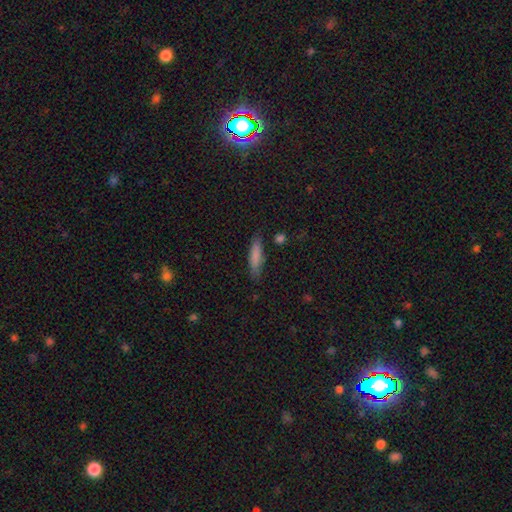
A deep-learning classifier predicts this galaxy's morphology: This is clearly a smooth galaxy (81%). How rounded: likely cigar-shaped (77%). Merging: likely none (80%).